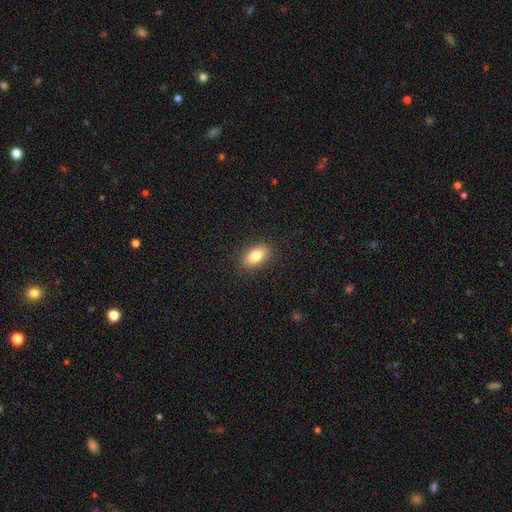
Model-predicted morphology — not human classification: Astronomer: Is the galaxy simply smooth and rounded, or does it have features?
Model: smooth — 82%.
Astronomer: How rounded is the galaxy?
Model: in between — 89%.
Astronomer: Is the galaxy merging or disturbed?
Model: none — 88%.